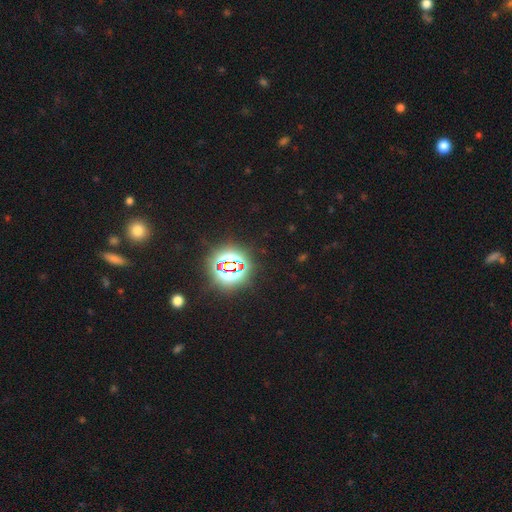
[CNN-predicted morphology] smooth_or_featured: star or artifact (p=0.84) [alt: smooth p=0.10]